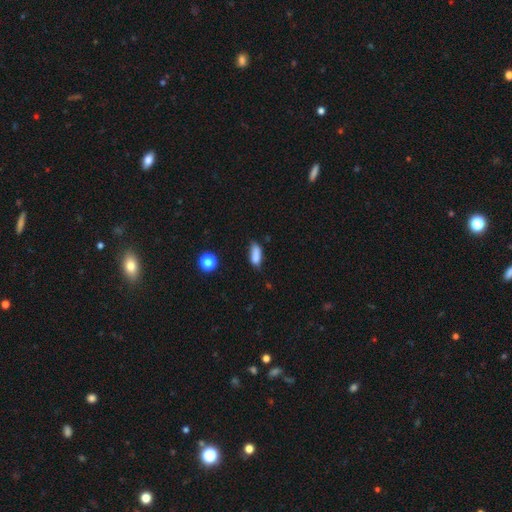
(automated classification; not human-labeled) Smooth or featured: smooth — 79% (featured or disk — 11%)
How rounded: in between — 72% (cigar-shaped — 23%)
Merging: none — 45% (minor disturbance — 36%)